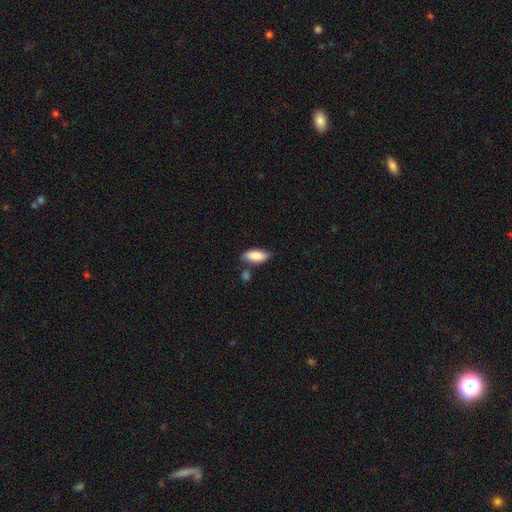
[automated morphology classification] Q: Smooth or featured?
A: smooth (86%); runner-up: featured or disk (8%)
Q: How rounded?
A: in between (84%); runner-up: cigar-shaped (14%)
Q: Merging?
A: none (70%); runner-up: minor disturbance (17%)